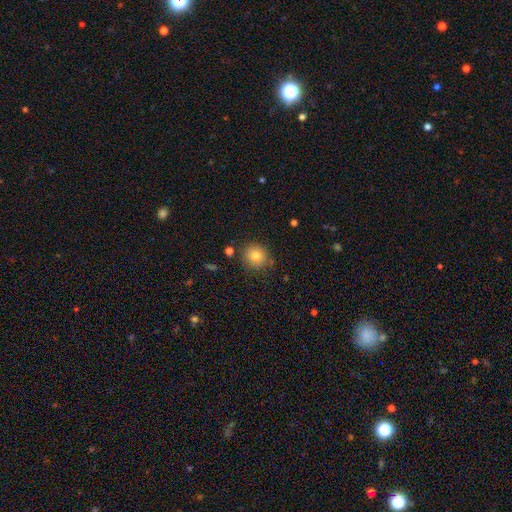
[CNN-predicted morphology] Smooth or featured? smooth (81%)
How rounded? round (90%)
Merging? none (83%)